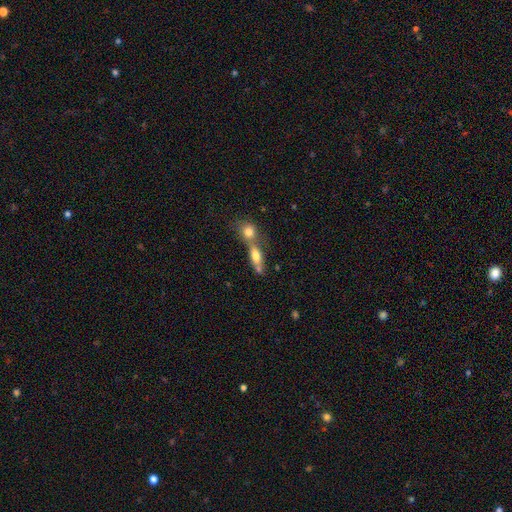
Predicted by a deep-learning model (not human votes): Smooth or featured?
  - smooth: 70% *
  - featured or disk: 21%
  - star or artifact: 10%
How rounded?
  - in between: 60% *
  - cigar-shaped: 25%
  - round: 15%
Merging?
  - merger: 63% *
  - none: 26%
  - minor disturbance: 7%
  - major disturbance: 4%